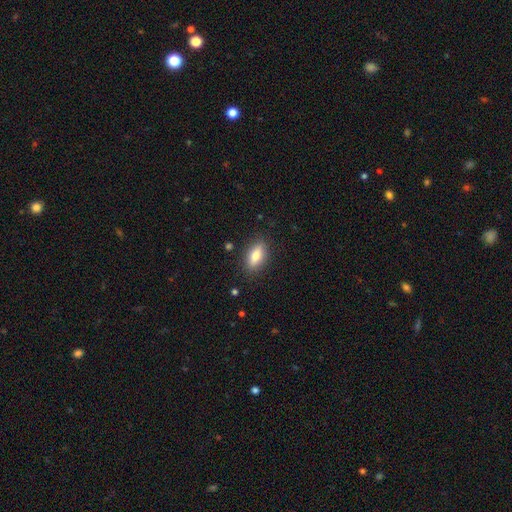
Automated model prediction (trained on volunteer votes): Smooth or featured? Predicted: smooth (p=0.75). How rounded? Predicted: in between (p=0.80). Merging? Predicted: none (p=0.85).